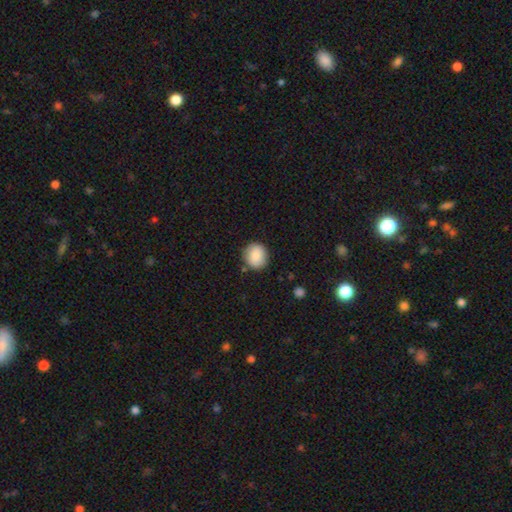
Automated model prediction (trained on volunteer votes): Smooth or featured: smooth — 84% (star or artifact — 8%)
How rounded: round — 86% (in between — 14%)
Merging: none — 85% (minor disturbance — 10%)